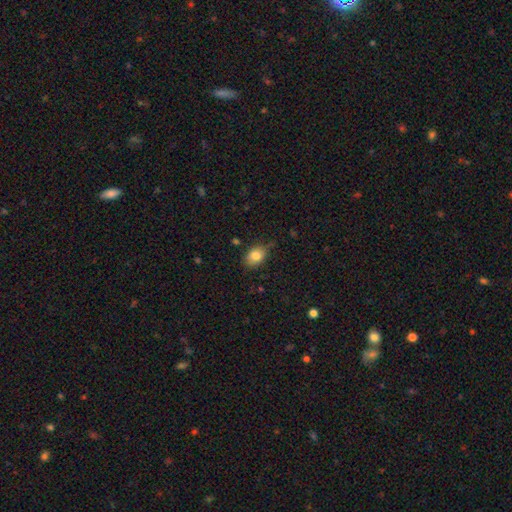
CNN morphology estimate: Smooth or featured? Predicted: smooth (p=0.81). How rounded? Predicted: in between (p=0.73). Merging? Predicted: none (p=0.70).